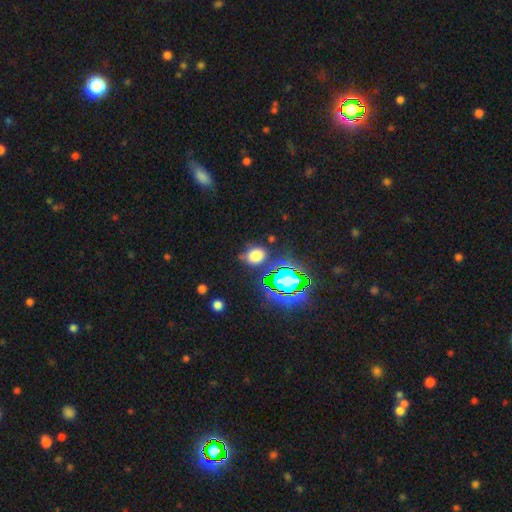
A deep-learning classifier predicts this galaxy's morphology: smooth_or_featured: smooth (p=0.64) [alt: star or artifact p=0.27]
how_rounded: in between (p=0.56) [alt: round p=0.42]
merging: none (p=0.70) [alt: minor disturbance p=0.19]